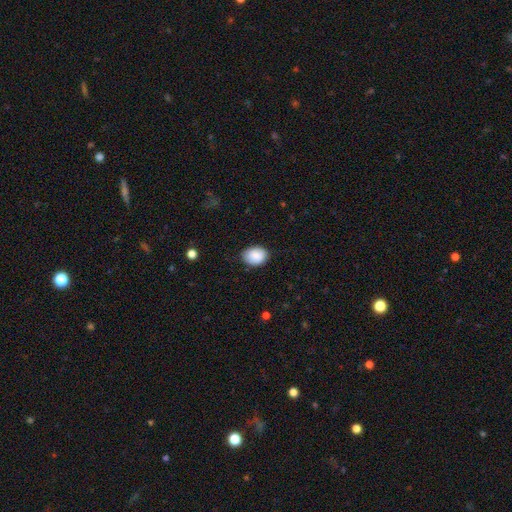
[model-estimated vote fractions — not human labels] This is clearly a smooth galaxy (88%). How rounded: likely in between (61%). Merging: clearly none (80%).